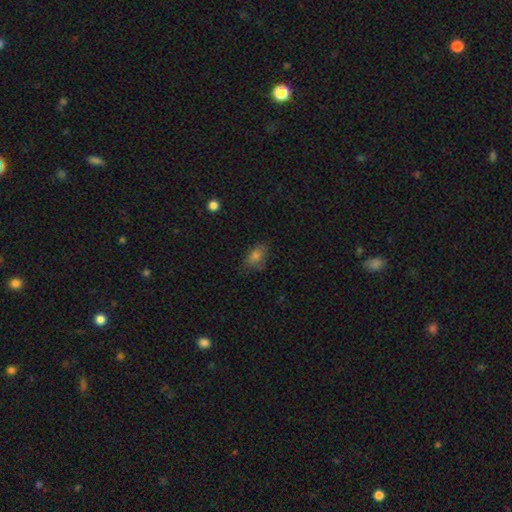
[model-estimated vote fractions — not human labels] A smooth galaxy with no disk features (74%) that is in between round and cigar-shaped (82%).

Vote fractions:
- Smooth or featured? smooth: 74% / star or artifact: 14% / featured or disk: 12%
- How rounded? in between: 82% / round: 14% / cigar-shaped: 3%
- Merging? none: 71% / minor disturbance: 22% / major disturbance: 6% / merger: 2%